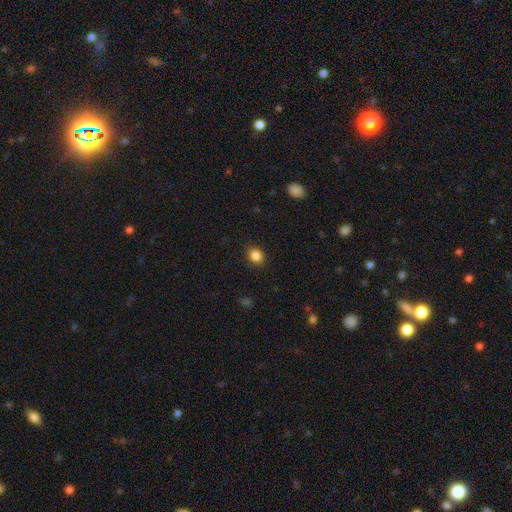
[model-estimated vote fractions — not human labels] Smooth or featured? Predicted: smooth (p=0.86). How rounded? Predicted: round (p=0.52). Merging? Predicted: none (p=0.88).